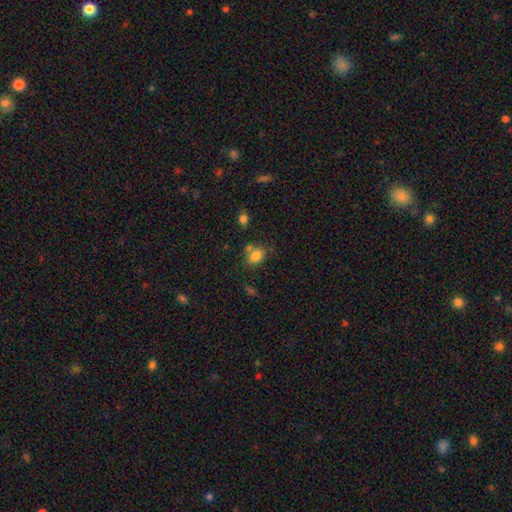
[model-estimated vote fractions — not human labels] Smooth or featured: smooth — 82% (star or artifact — 11%)
How rounded: in between — 73% (round — 26%)
Merging: none — 58% (merger — 18%)